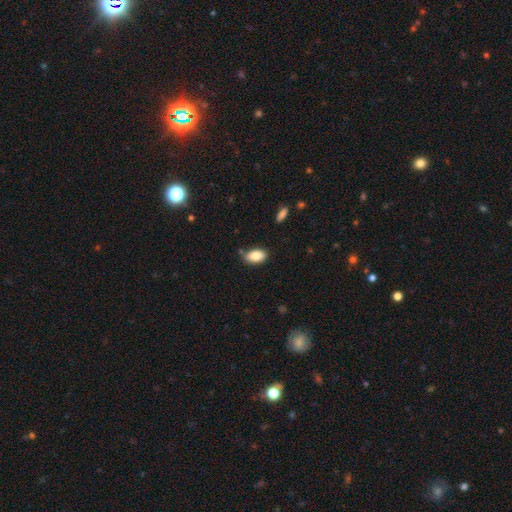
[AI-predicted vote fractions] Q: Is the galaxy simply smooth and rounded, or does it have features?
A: smooth — 84%.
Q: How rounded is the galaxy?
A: in between — 92%.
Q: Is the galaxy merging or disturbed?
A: none — 72%.